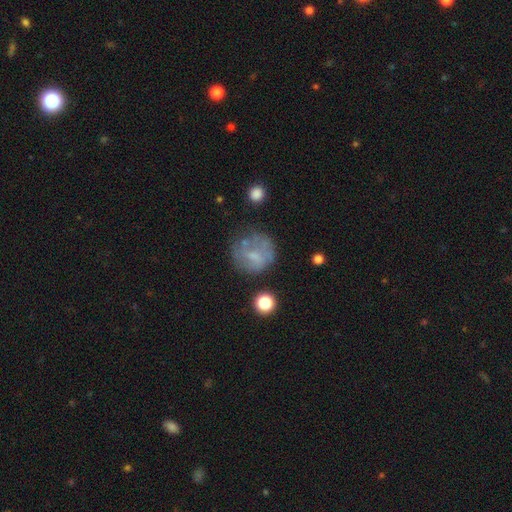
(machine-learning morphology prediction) Smooth or featured: smooth — 52% (featured or disk — 36%)
How rounded: round — 84% (in between — 15%)
Merging: none — 55% (minor disturbance — 23%)